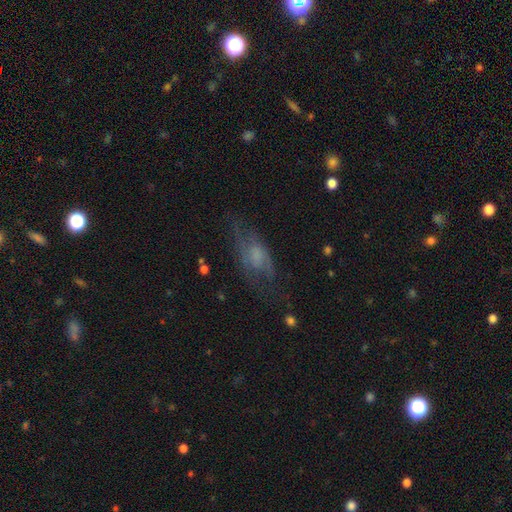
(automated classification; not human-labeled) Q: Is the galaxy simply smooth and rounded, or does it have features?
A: featured or disk — 52%.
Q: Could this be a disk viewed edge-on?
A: no — 86%.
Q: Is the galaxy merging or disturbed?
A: none — 49%.